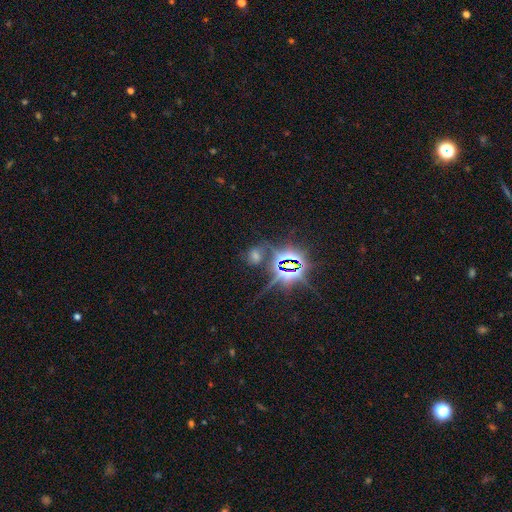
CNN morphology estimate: Smooth or featured? star or artifact (66%)